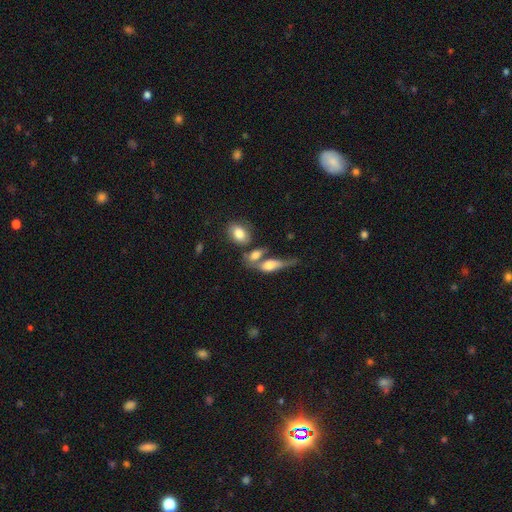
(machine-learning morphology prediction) Smooth or featured? Predicted: smooth (p=0.51). How rounded? Predicted: in between (p=0.59). Merging? Predicted: none (p=0.44).